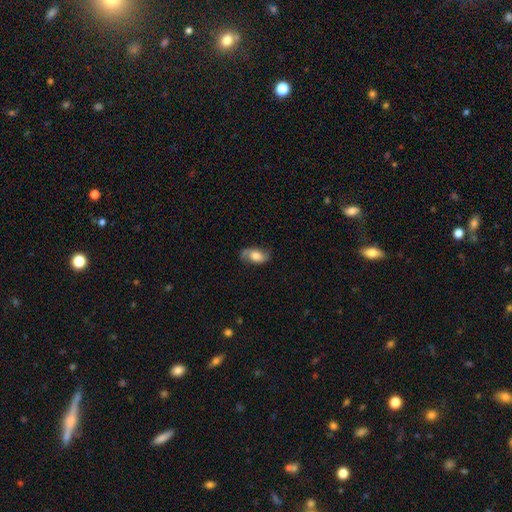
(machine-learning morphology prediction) Overall: smooth (49%; featured or disk 43%). Merging: none (71%).